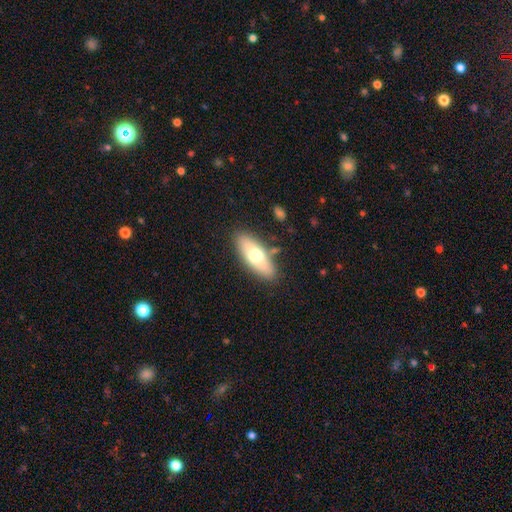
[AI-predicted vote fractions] This is likely a smooth galaxy (62%). How rounded: likely in between (70%). Merging: clearly none (82%).